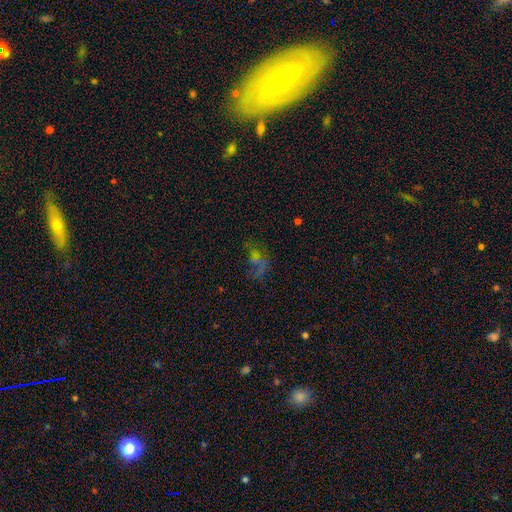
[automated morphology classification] Smooth or featured? Predicted: star or artifact (p=0.34, tied with featured or disk).